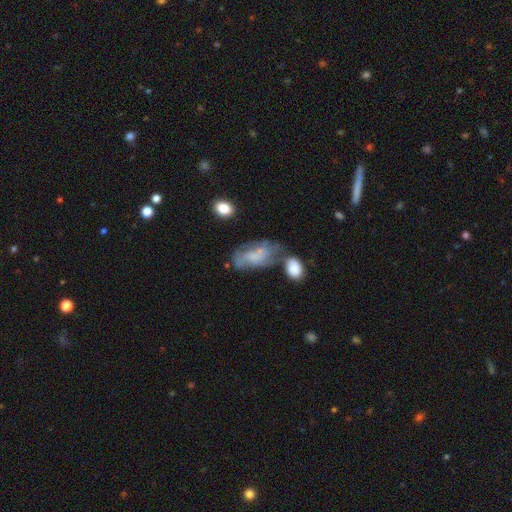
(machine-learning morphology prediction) A featured or disk galaxy (46%). Merging: none (37%).